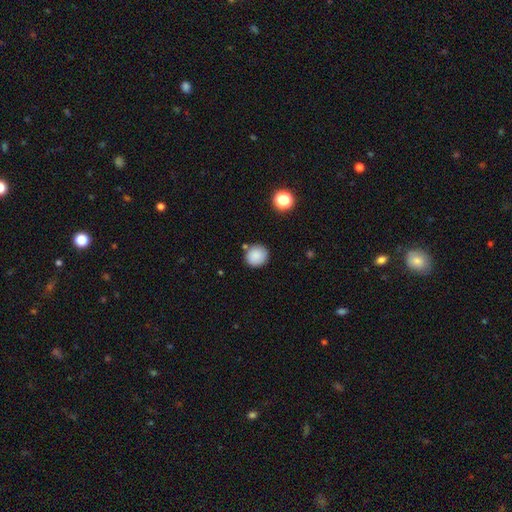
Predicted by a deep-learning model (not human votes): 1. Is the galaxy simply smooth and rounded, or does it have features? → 86% smooth, 9% star or artifact, 4% featured or disk.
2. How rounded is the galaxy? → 90% round, 9% in between, 1% cigar-shaped.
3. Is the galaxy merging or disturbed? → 82% none, 10% minor disturbance, 5% merger, 3% major disturbance.